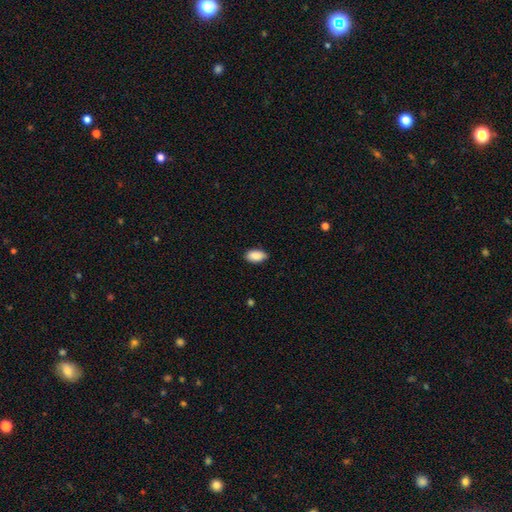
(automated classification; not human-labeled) Smooth or featured?
  - smooth: 89% *
  - star or artifact: 7%
  - featured or disk: 4%
How rounded?
  - in between: 93% *
  - round: 4%
  - cigar-shaped: 3%
Merging?
  - none: 85% *
  - minor disturbance: 12%
  - major disturbance: 2%
  - merger: 1%